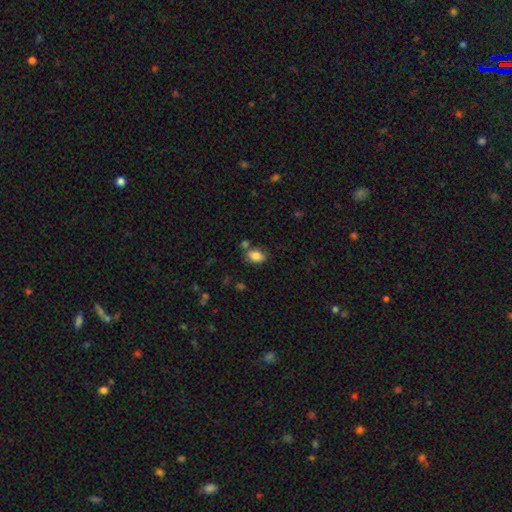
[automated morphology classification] Smooth or featured?
  - smooth: 84% *
  - star or artifact: 8%
  - featured or disk: 8%
How rounded?
  - in between: 82% *
  - round: 17%
  - cigar-shaped: 1%
Merging?
  - none: 70% *
  - minor disturbance: 15%
  - merger: 12%
  - major disturbance: 4%